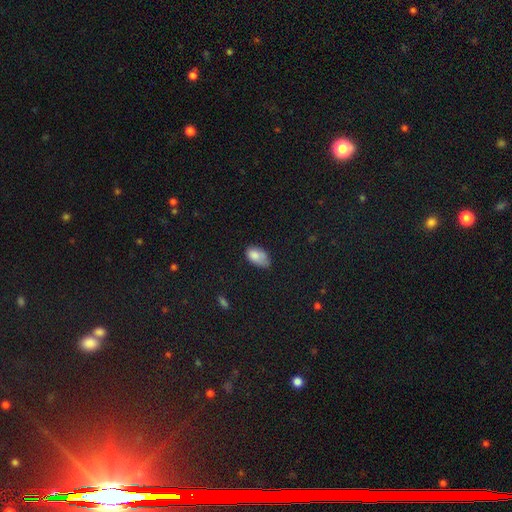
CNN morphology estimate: smooth_or_featured: smooth (p=0.81) [alt: featured or disk p=0.11]
how_rounded: in between (p=0.92) [alt: round p=0.07]
merging: none (p=0.43) [alt: minor disturbance p=0.41]